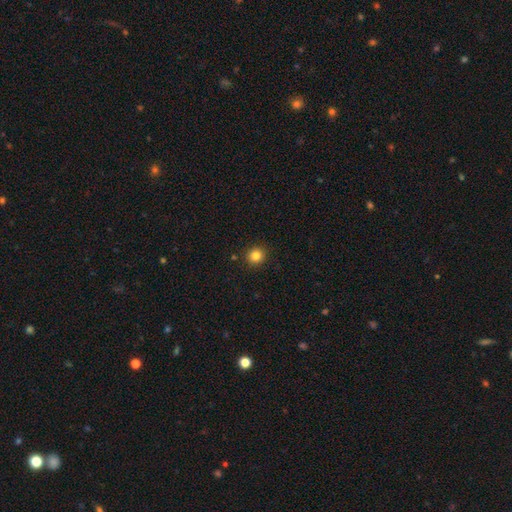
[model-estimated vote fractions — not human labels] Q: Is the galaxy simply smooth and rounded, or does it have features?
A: smooth — 83%.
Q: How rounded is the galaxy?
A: round — 92%.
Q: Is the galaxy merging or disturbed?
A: none — 91%.